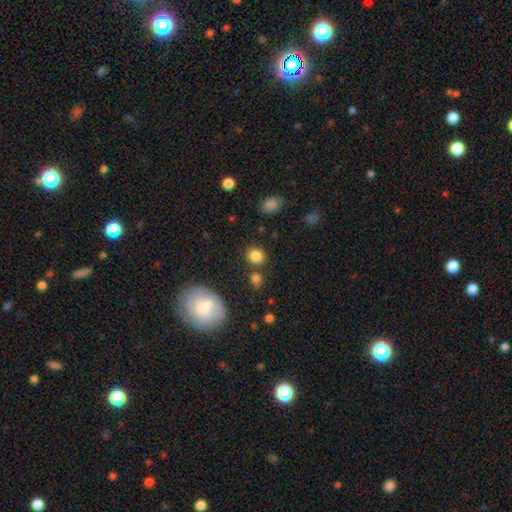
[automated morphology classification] smooth 83%, star or artifact 11%, featured or disk 6%. Down the decision tree: how rounded — round (80%); merging — none (79%).